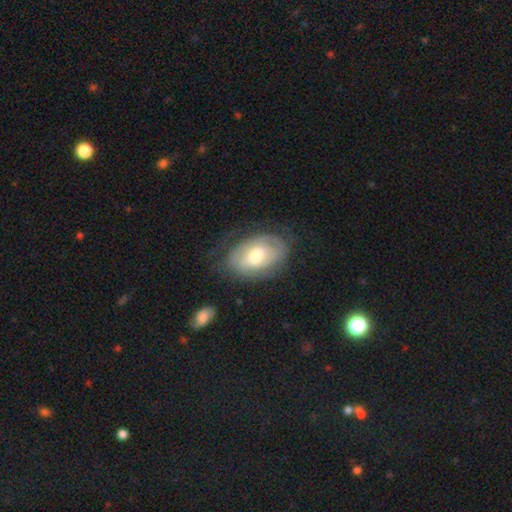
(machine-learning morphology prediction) Smooth or featured: featured or disk — 58% (smooth — 36%)
Edge-on disk: no — 94% (yes — 6%)
Bar: no — 52% (weak — 38%)
Spiral arms: yes — 71% (no — 29%)
Bulge size: moderate — 64% (small — 17%)
Merging: none — 65% (minor disturbance — 22%)